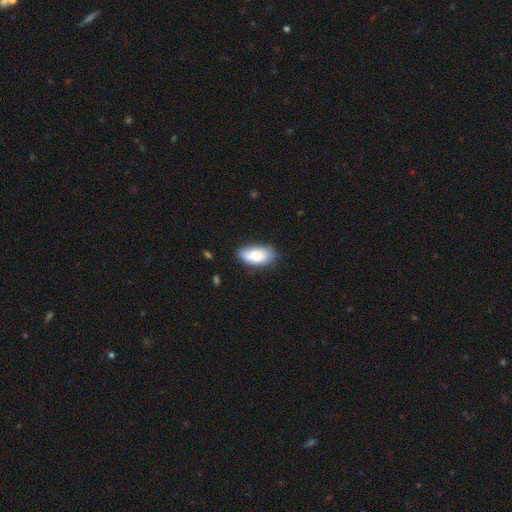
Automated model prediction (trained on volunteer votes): The model was most divided on "merging": none: 69%, minor disturbance: 24%, major disturbance: 5%, merger: 2%. More confident: how rounded — in between (92%); smooth or featured — smooth (79%).